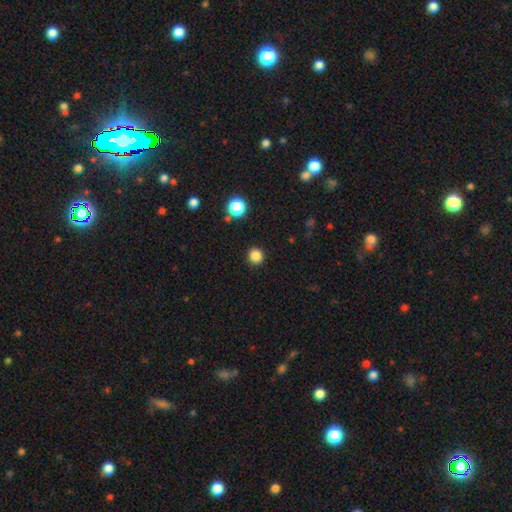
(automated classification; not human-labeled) smooth 85%, star or artifact 12%, featured or disk 3%. Down the decision tree: how rounded — round (92%); merging — none (91%).